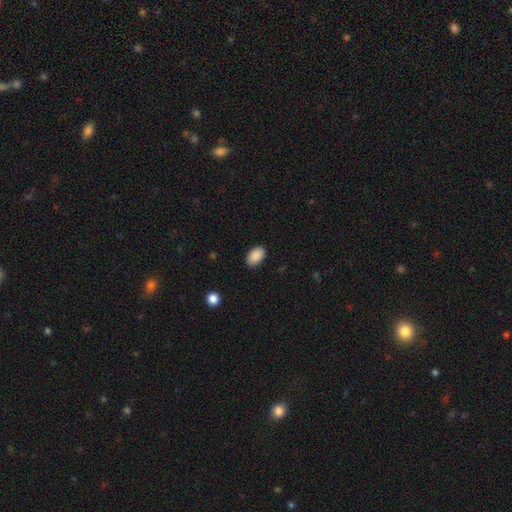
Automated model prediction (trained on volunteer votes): Smooth or featured: smooth — 90% (star or artifact — 7%)
How rounded: in between — 91% (round — 8%)
Merging: none — 88% (minor disturbance — 9%)